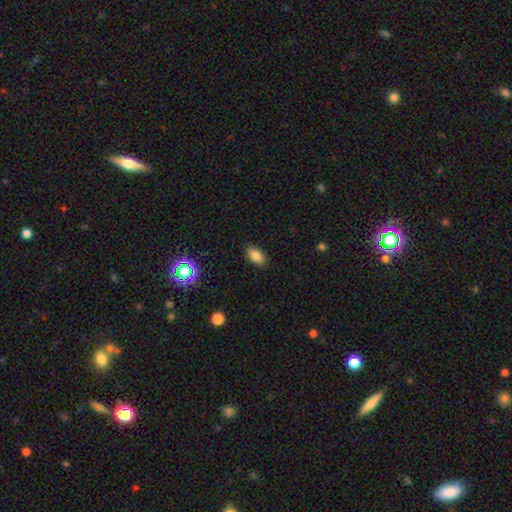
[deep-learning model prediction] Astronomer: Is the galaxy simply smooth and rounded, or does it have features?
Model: smooth — 83%.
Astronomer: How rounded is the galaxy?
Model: in between — 90%.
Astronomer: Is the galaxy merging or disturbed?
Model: none — 87%.